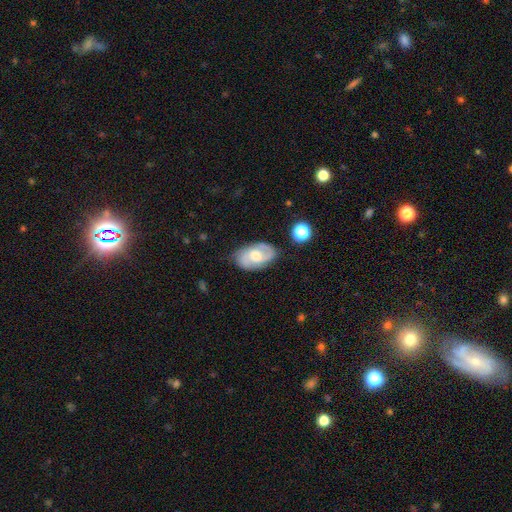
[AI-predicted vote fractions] A featured or disk galaxy (68%) with no bar (48%), 2 (79%) medium (49%) spiral arms (89%) and a moderate central bulge (64%).

Vote fractions:
- Smooth or featured? featured or disk: 68% / smooth: 25% / star or artifact: 7%
- Edge-on disk? no: 96% / yes: 4%
- Bar? no: 48% / weak: 44% / strong: 8%
- Spiral arms? yes: 89% / no: 11%
- Spiral winding? medium: 49% / tight: 30% / loose: 21%
- Spiral arm count? 2: 79% / can't tell: 12% / 3: 4% / 1: 3% / 4: 1% / more than 4: 1%
- Bulge size? moderate: 64% / small: 23% / large: 8% / none: 3% / dominant: 1%
- Merging? none: 75% / minor disturbance: 18% / major disturbance: 5% / merger: 2%